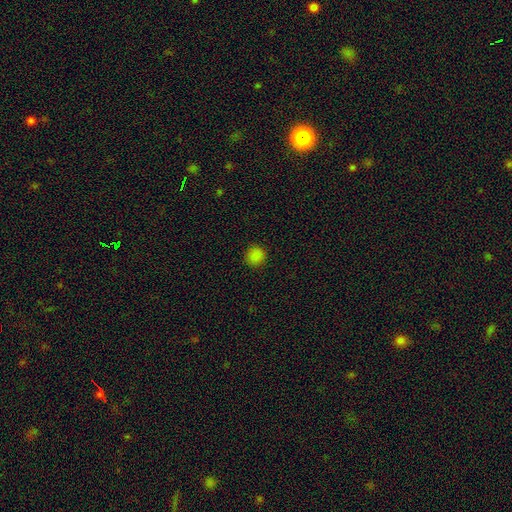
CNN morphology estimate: type=smooth (85%); roundness=round (93%); merging=none (92%).